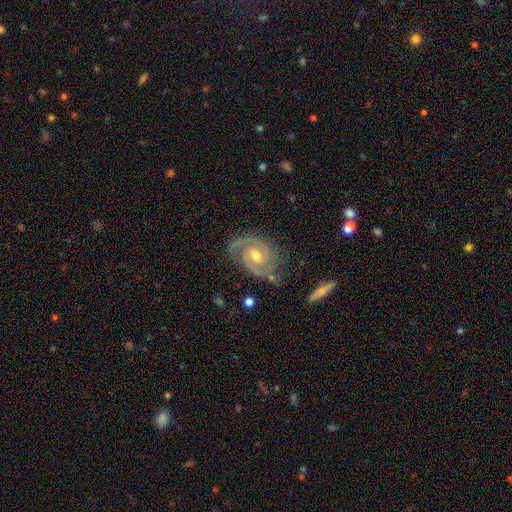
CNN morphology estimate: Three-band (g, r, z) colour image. It shows a featured or disk galaxy (91%) with no bar (55%), 2 (90%) tight (53%) spiral arms (98%) and a moderate central bulge (70%). Merging: none (77%).